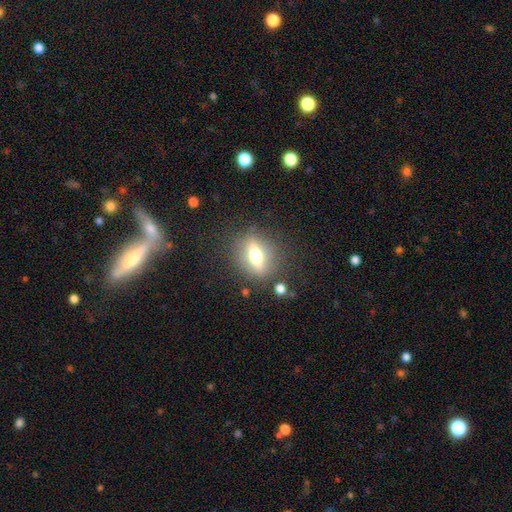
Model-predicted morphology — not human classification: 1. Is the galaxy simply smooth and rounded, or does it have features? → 48% featured or disk, 42% smooth, 10% star or artifact.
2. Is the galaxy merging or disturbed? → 82% none, 10% minor disturbance, 5% major disturbance, 3% merger.